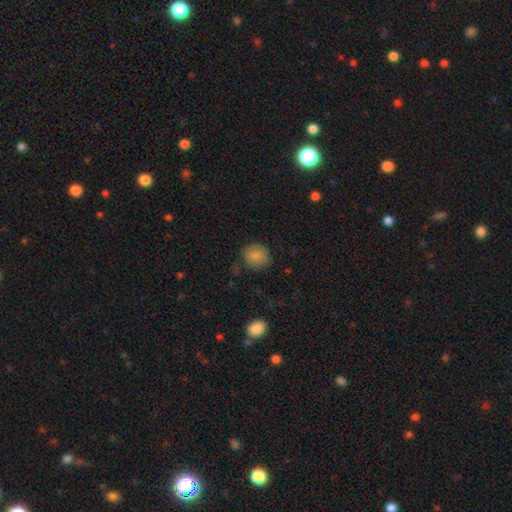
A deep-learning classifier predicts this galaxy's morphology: Overall: smooth (84%). How rounded: round (78%). Merging: none (76%).